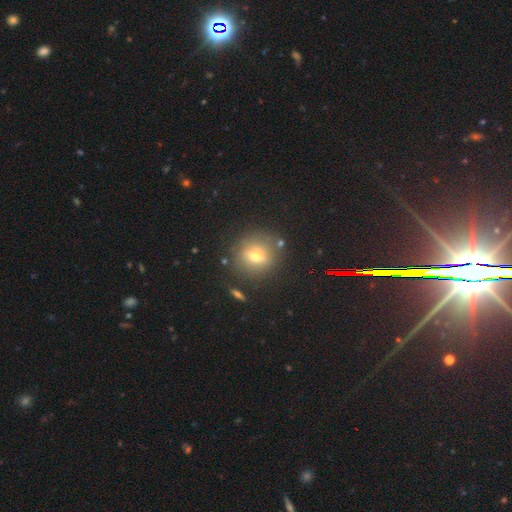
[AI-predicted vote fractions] smooth 56%, featured or disk 23%, star or artifact 21%. Down the decision tree: how rounded — round (79%); merging — none (84%).